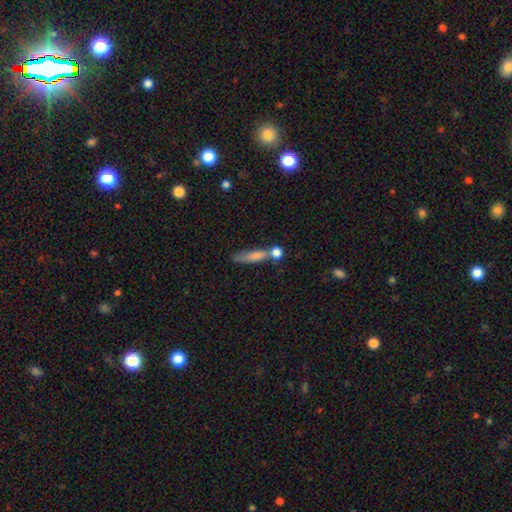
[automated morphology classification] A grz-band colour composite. It shows a smooth galaxy with no disk features (74%) that is cigar-shaped (66%). Merging: none (47%).